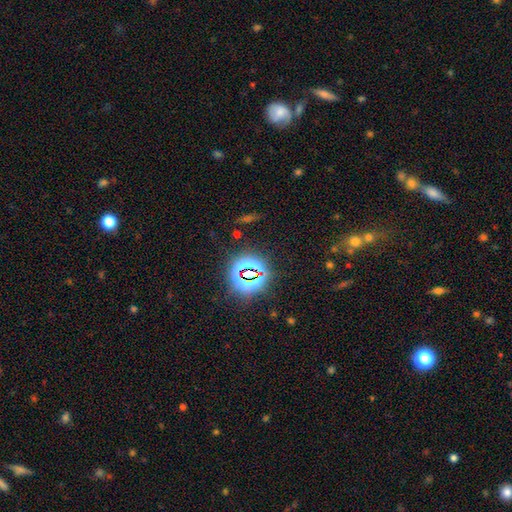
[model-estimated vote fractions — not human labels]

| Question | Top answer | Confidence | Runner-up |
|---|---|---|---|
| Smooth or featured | star or artifact | 79% | smooth (13%) |